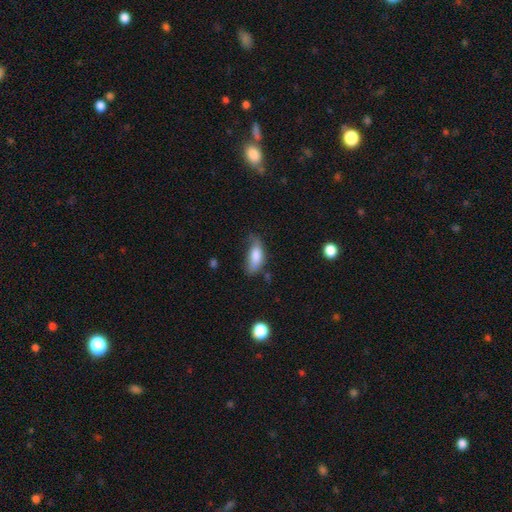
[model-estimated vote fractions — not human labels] Smooth or featured? smooth (77%)
How rounded? in between (81%)
Merging? minor disturbance (39%)